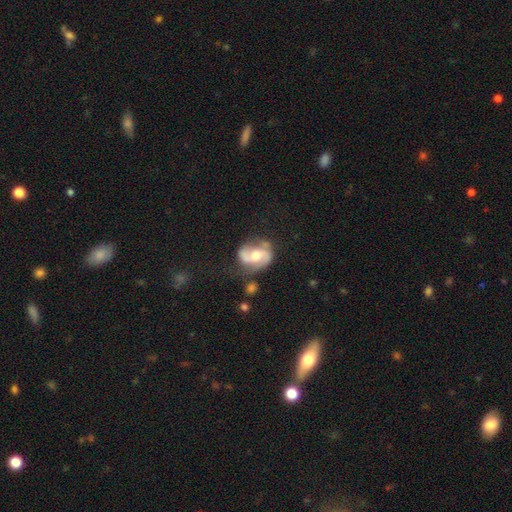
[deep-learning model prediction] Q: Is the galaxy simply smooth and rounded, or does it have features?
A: featured or disk — 78%.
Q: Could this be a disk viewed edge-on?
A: no — 97%.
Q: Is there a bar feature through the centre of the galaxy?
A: no — 48%.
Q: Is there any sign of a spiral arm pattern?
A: yes — 92%.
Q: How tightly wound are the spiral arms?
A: medium — 48%.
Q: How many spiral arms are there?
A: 2 — 87%.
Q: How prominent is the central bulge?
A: moderate — 66%.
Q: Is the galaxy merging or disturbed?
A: none — 55%.